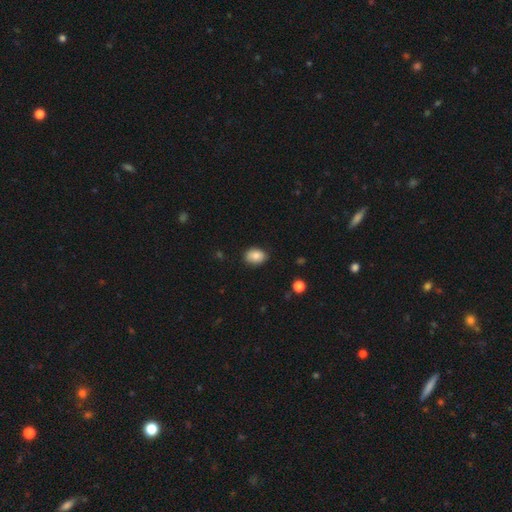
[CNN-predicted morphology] This is clearly a smooth galaxy (84%). How rounded: likely in between (73%). Merging: clearly none (84%).